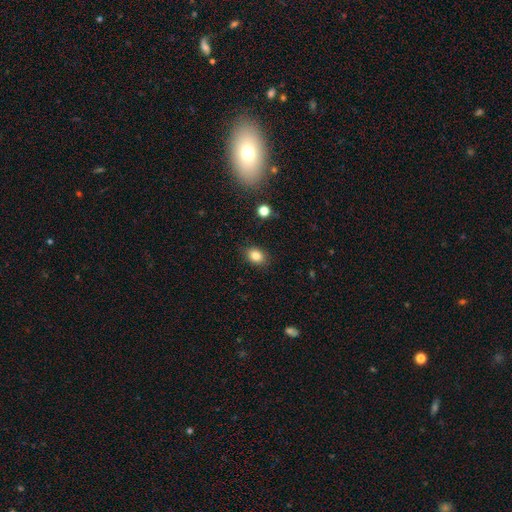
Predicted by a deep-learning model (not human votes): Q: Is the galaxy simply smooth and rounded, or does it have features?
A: smooth — 84%.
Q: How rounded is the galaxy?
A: in between — 64%.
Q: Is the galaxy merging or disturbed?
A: none — 86%.